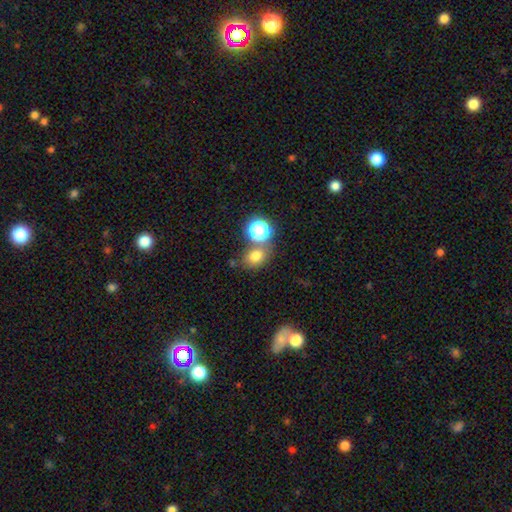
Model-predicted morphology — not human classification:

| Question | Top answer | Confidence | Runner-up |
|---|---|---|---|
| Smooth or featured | smooth | 72% | star or artifact (19%) |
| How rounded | round | 56% | in between (43%) |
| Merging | none | 59% | merger (24%) |